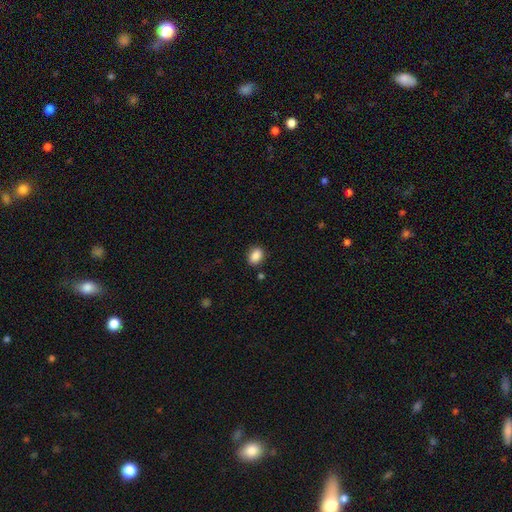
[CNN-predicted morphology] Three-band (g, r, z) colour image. It shows a smooth galaxy with no disk features (87%) that is in between round and cigar-shaped (68%). Merging: none (85%).